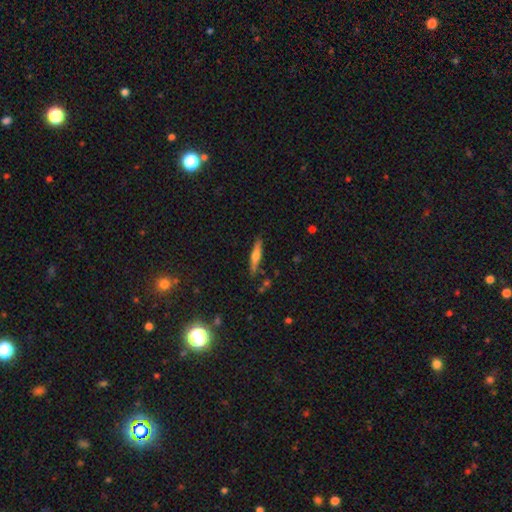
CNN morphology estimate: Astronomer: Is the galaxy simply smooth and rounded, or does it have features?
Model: featured or disk — 48% (runner-up: smooth, 44%).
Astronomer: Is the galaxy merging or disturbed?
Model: none — 85%.